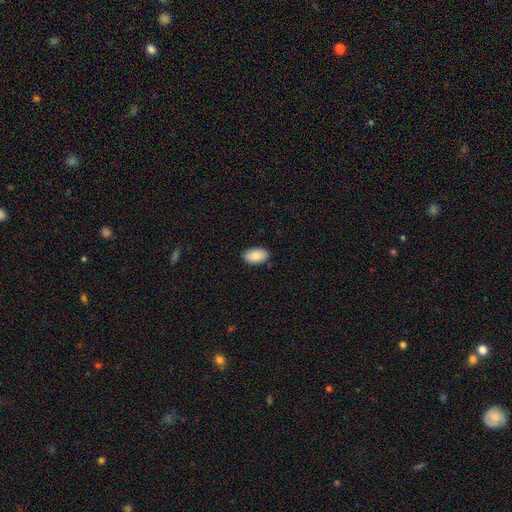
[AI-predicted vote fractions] Q: Smooth or featured?
A: smooth (85%); runner-up: featured or disk (9%)
Q: How rounded?
A: in between (93%); runner-up: round (6%)
Q: Merging?
A: none (86%); runner-up: minor disturbance (11%)